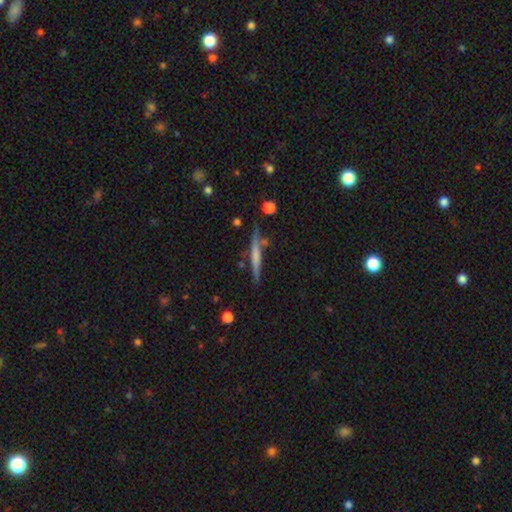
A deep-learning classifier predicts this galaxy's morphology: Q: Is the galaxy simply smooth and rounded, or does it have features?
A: smooth — 49%.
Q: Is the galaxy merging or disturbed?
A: none — 76%.